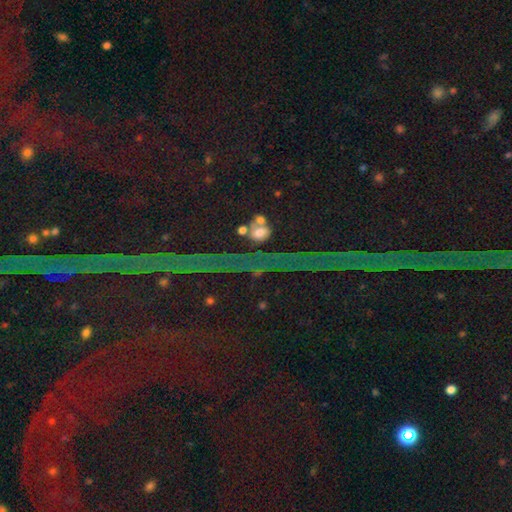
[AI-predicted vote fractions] smooth_or_featured: star or artifact (p=0.85) [alt: featured or disk p=0.08]